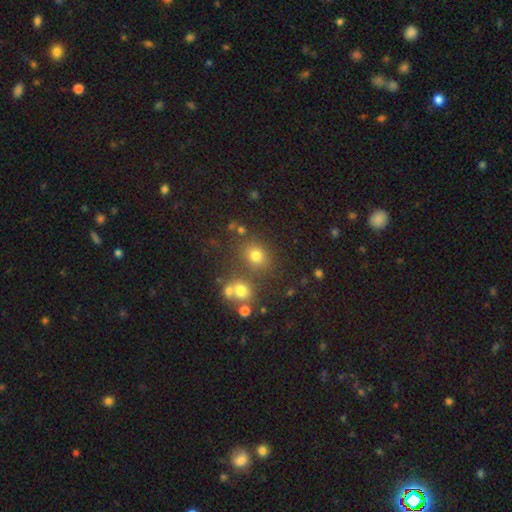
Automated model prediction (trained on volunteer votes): smooth-or-featured: smooth: 73% | star or artifact: 18% | featured or disk: 8%
  how-rounded: round: 70% | in between: 29% | cigar-shaped: 1%
  merging: none: 70% | merger: 15% | minor disturbance: 11% | major disturbance: 5%